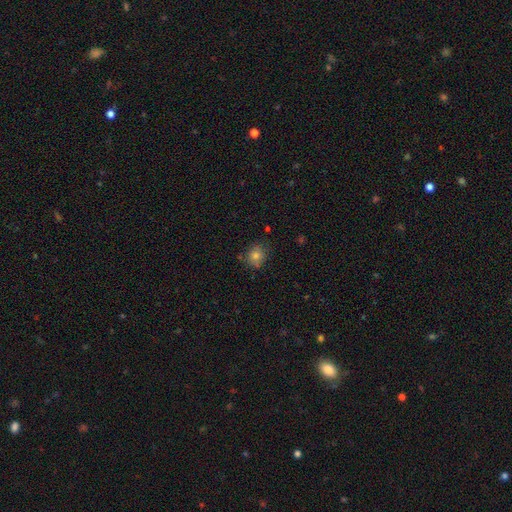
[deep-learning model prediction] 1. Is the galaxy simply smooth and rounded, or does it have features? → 74% smooth, 16% star or artifact, 10% featured or disk.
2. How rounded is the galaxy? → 74% round, 25% in between, 1% cigar-shaped.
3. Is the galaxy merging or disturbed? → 76% none, 17% minor disturbance, 4% major disturbance, 3% merger.